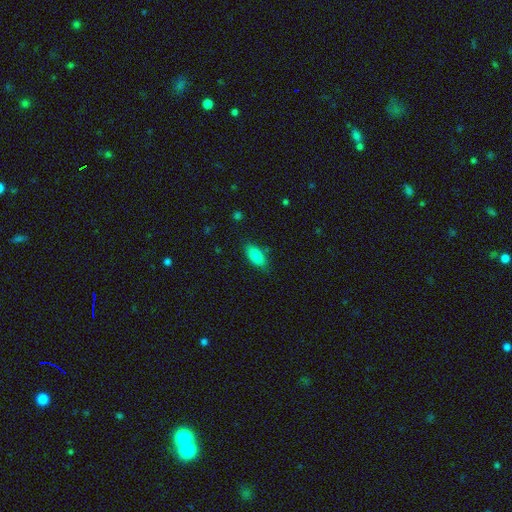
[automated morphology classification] Overall: smooth (85%). How rounded: in between (86%). Merging: none (79%).